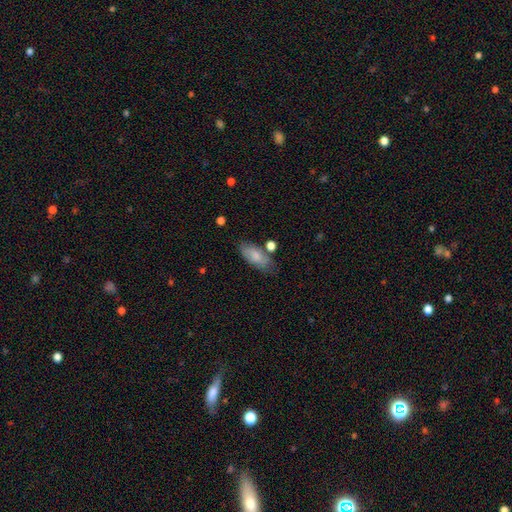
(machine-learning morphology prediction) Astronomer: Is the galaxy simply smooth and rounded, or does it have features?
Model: smooth — 77%.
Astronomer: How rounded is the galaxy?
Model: in between — 88%.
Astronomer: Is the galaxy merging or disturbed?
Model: none — 66%.